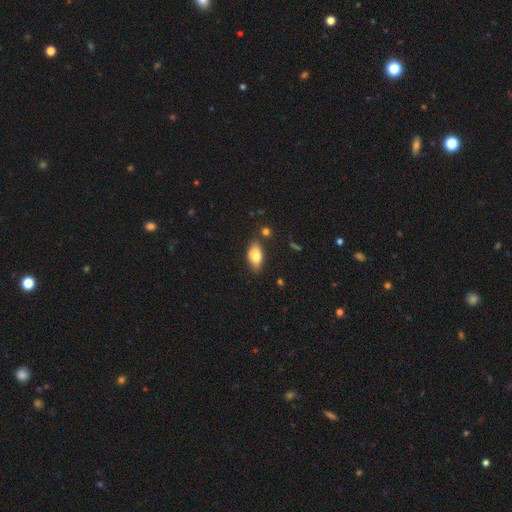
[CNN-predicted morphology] Smooth or featured: smooth — 78% (featured or disk — 15%)
How rounded: in between — 89% (cigar-shaped — 7%)
Merging: none — 79% (minor disturbance — 14%)